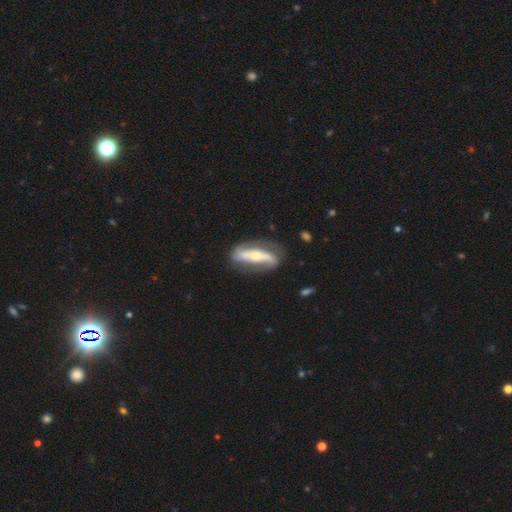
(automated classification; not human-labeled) Overall: featured or disk (74%). Edge-on disk: no (76%). Bar: strong (64%). Spiral arms: yes (75%). Bulge size: moderate (48%; small 44%). Merging: none (73%).